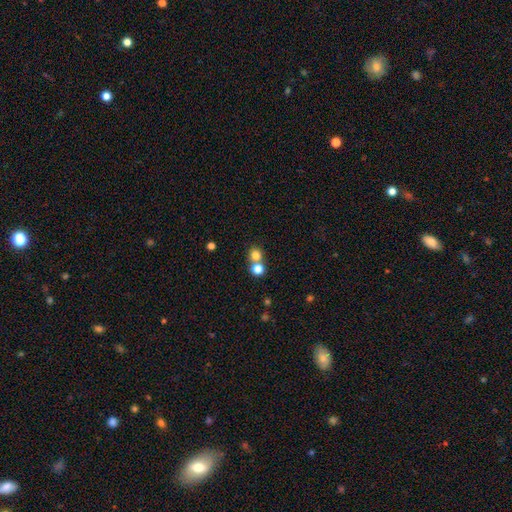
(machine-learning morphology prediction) Smooth or featured: smooth — 78% (star or artifact — 14%)
How rounded: round — 87% (in between — 12%)
Merging: none — 52% (merger — 40%)